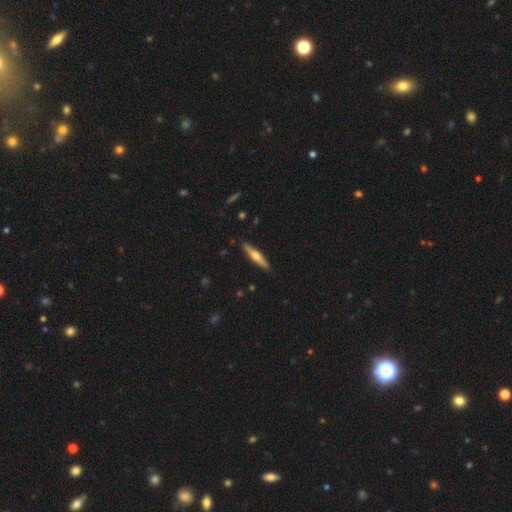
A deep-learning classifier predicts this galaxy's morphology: smooth_or_featured: featured or disk (p=0.54) [alt: smooth p=0.41]
disk_edge_on: yes (p=0.95) [alt: no p=0.05]
edge_on_bulge: rounded (p=0.89) [alt: none p=0.07]
merging: none (p=0.90) [alt: minor disturbance p=0.07]